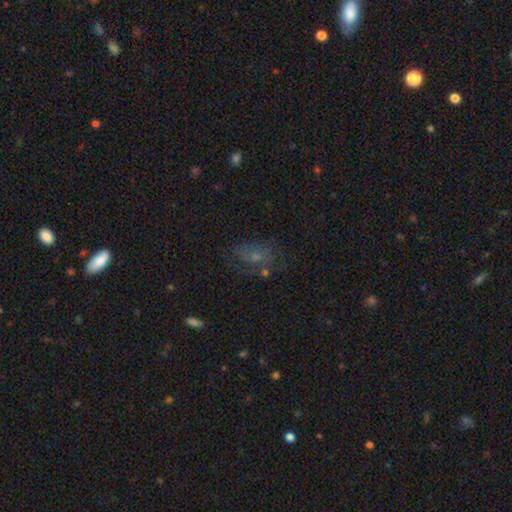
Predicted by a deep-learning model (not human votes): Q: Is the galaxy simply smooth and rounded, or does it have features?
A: smooth — 45%.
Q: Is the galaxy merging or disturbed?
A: none — 57%.